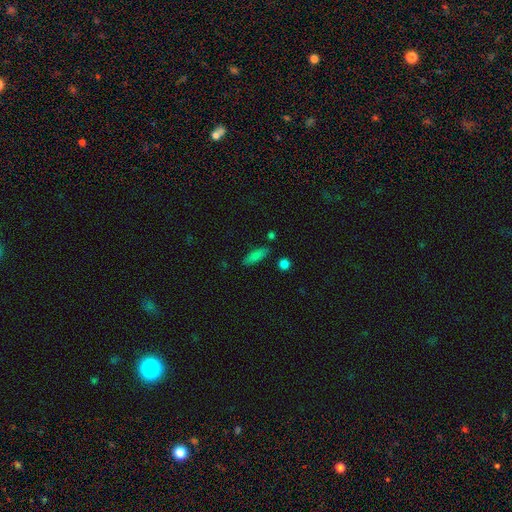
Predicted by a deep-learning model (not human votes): smooth_or_featured: smooth (p=0.82) [alt: star or artifact p=0.09]
how_rounded: cigar-shaped (p=0.49) [alt: in between p=0.48]
merging: none (p=0.81) [alt: minor disturbance p=0.12]